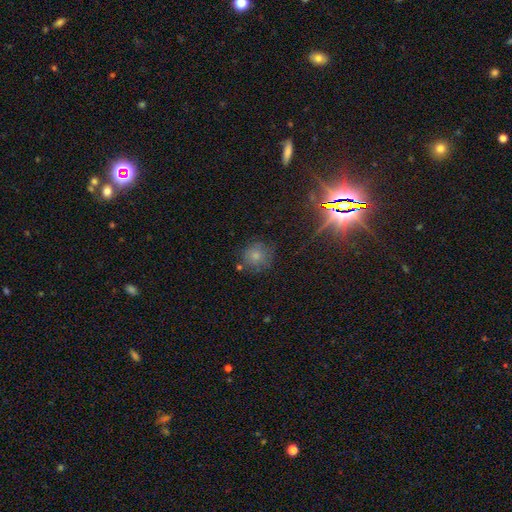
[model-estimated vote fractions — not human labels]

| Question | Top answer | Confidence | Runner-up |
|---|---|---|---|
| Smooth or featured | smooth | 73% | star or artifact (16%) |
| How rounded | round | 90% | in between (9%) |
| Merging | none | 74% | minor disturbance (16%) |